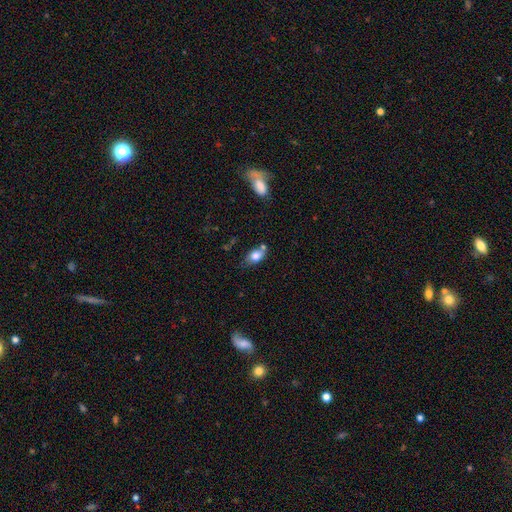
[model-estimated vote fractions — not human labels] This is likely a smooth galaxy (78%). How rounded: clearly in between (83%). Merging: possibly none (52%).